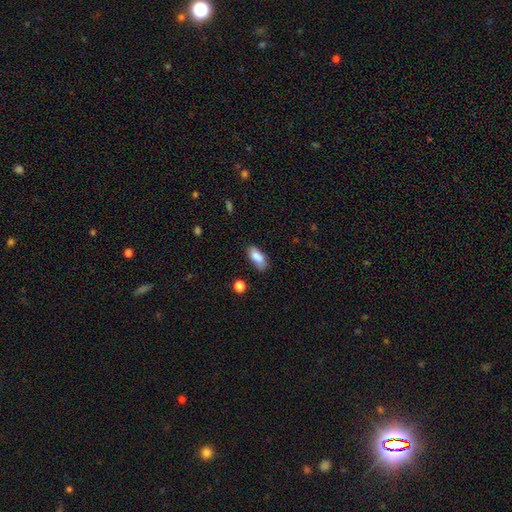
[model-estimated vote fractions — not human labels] Smooth or featured: smooth — 80% (featured or disk — 12%)
How rounded: in between — 85% (cigar-shaped — 11%)
Merging: none — 55% (minor disturbance — 26%)